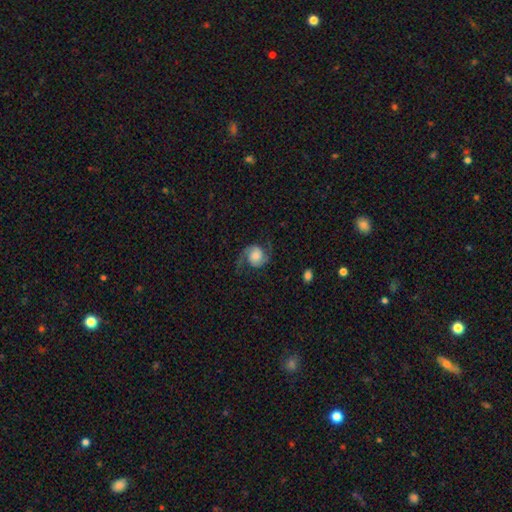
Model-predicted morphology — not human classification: smooth_or_featured: featured or disk (p=0.83) [alt: smooth p=0.11]
disk_edge_on: no (p=0.98) [alt: yes p=0.02]
bar: no (p=0.71) [alt: weak p=0.24]
has_spiral_arms: yes (p=0.97) [alt: no p=0.03]
spiral_winding: medium (p=0.46) [alt: loose p=0.39]
spiral_arm_count: 2 (p=0.93) [alt: 1 p=0.02]
bulge_size: moderate (p=0.29) [alt: large p=0.24]
merging: none (p=0.77) [alt: minor disturbance p=0.14]